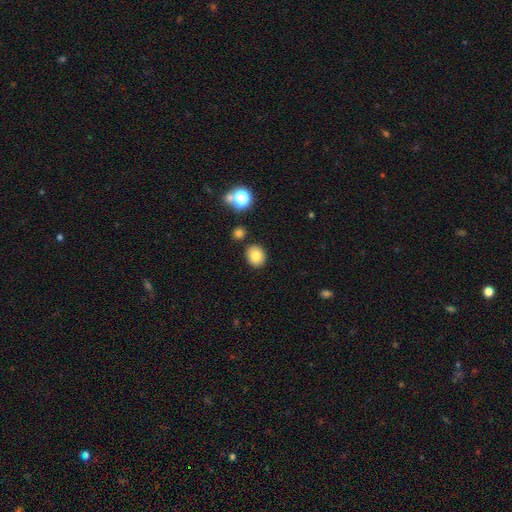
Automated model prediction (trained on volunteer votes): This appears to be a smooth galaxy with no disk features (82%) that is round (68%). Merging: none (85%).